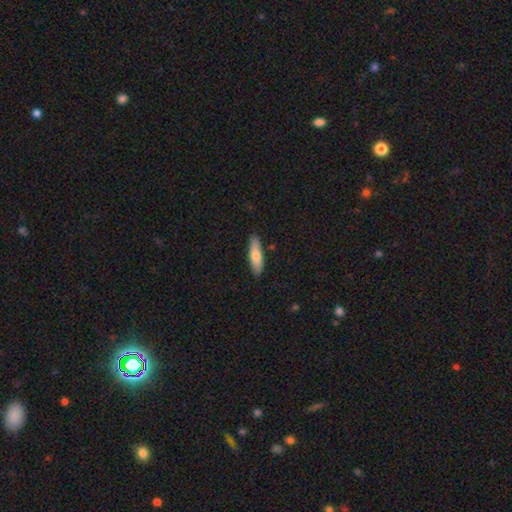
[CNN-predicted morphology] Q: Smooth or featured?
A: smooth (71%); runner-up: featured or disk (23%)
Q: How rounded?
A: cigar-shaped (63%); runner-up: in between (35%)
Q: Merging?
A: none (87%); runner-up: minor disturbance (10%)